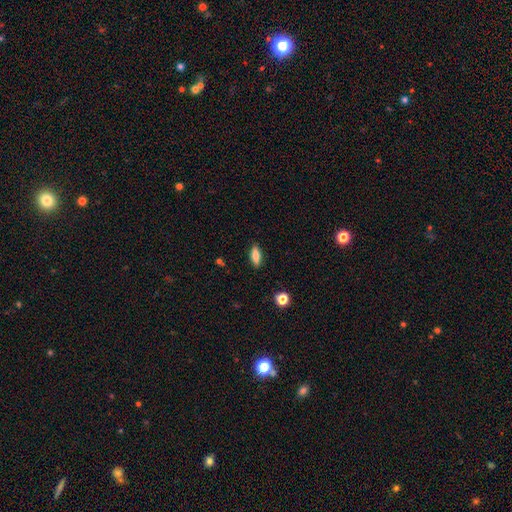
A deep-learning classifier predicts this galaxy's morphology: The model was most divided on "how rounded": in between: 60%, cigar-shaped: 37%, round: 3%. More confident: merging — none (87%); smooth or featured — smooth (78%).